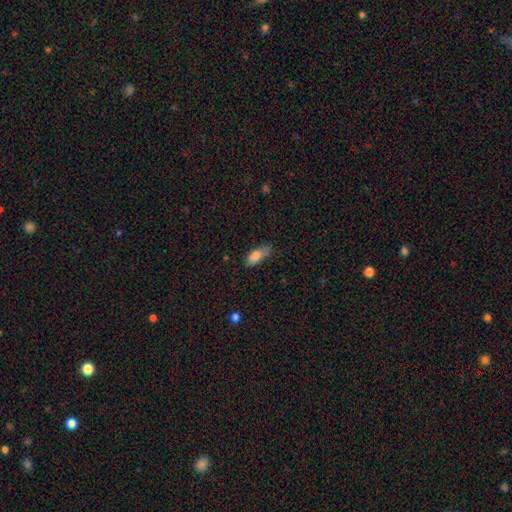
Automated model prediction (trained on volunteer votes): smooth-or-featured: smooth: 82% | featured or disk: 11% | star or artifact: 8%
  how-rounded: in between: 80% | cigar-shaped: 17% | round: 3%
  merging: none: 61% | minor disturbance: 30% | major disturbance: 7% | merger: 2%